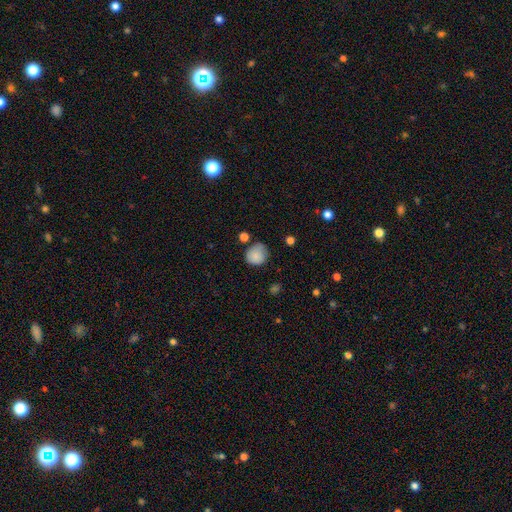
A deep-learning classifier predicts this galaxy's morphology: A smooth galaxy with no disk features (85%) that is round (84%).

Vote fractions:
- Smooth or featured? smooth: 85% / star or artifact: 9% / featured or disk: 7%
- How rounded? round: 84% / in between: 15% / cigar-shaped: 1%
- Merging? none: 63% / minor disturbance: 26% / major disturbance: 6% / merger: 5%